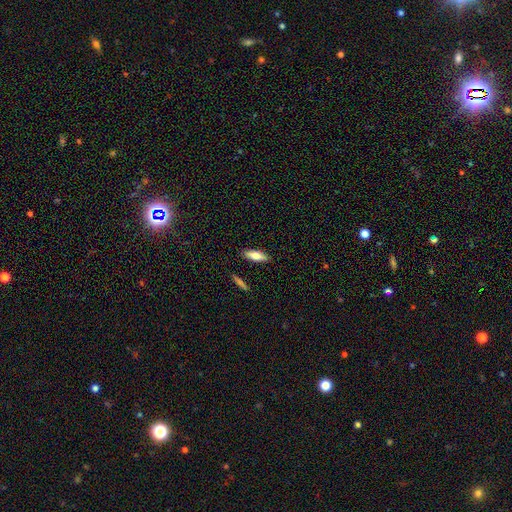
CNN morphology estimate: A smooth galaxy with no disk features (73%) that is in between round and cigar-shaped (60%).

Vote fractions:
- Smooth or featured? smooth: 73% / featured or disk: 21% / star or artifact: 6%
- How rounded? in between: 60% / cigar-shaped: 38% / round: 2%
- Merging? none: 87% / minor disturbance: 9% / major disturbance: 2% / merger: 2%